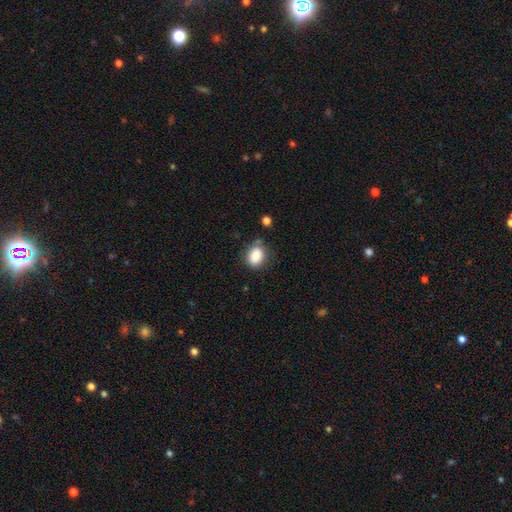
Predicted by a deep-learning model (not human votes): smooth 86%, star or artifact 8%, featured or disk 5%. Down the decision tree: how rounded — in between (67%); merging — none (72%).